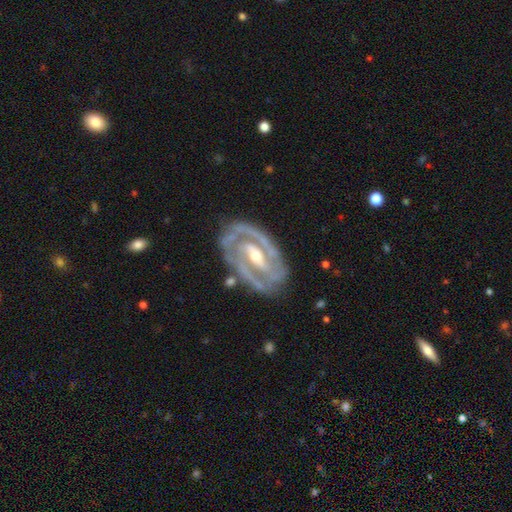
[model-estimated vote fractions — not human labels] The model was most divided on "bulge size": moderate: 56%, small: 40%, large: 3%, none: 1%, dominant: 1%. More confident: spiral arms — yes (95%); edge-on disk — no (95%); smooth or featured — featured or disk (91%); spiral arm count — 2 (80%); merging — none (78%); spiral winding — tight (57%); bar — strong (52%).